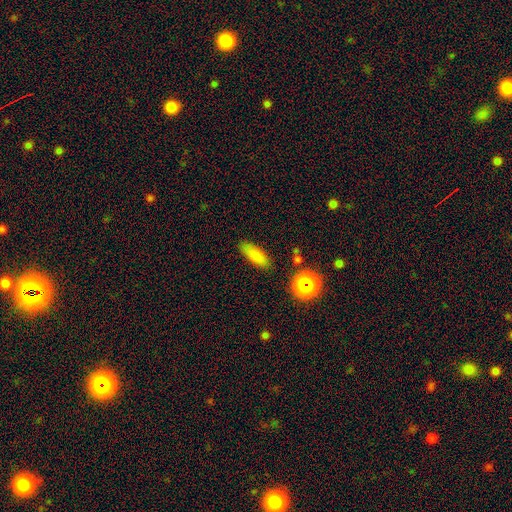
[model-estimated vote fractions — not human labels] A smooth galaxy with no disk features (80%) that is in between round and cigar-shaped (64%). Merging: none (84%).